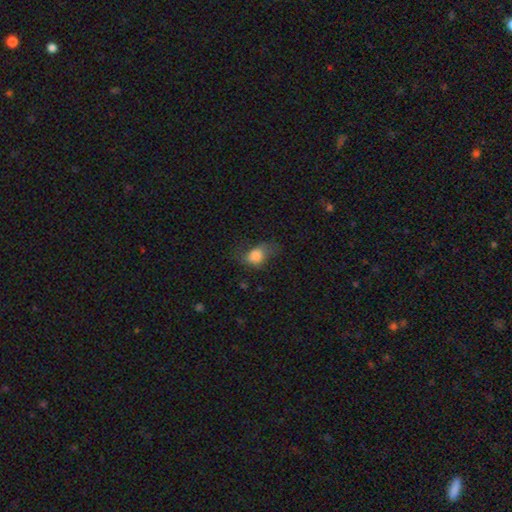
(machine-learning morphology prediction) smooth 78%, featured or disk 12%, star or artifact 10%. Down the decision tree: how rounded — in between (66%); merging — none (35%).